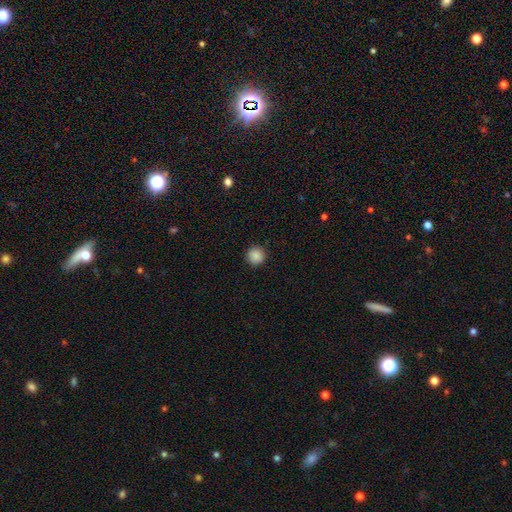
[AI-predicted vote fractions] Smooth or featured: smooth — 88% (star or artifact — 9%)
How rounded: round — 94% (in between — 5%)
Merging: none — 91% (minor disturbance — 6%)